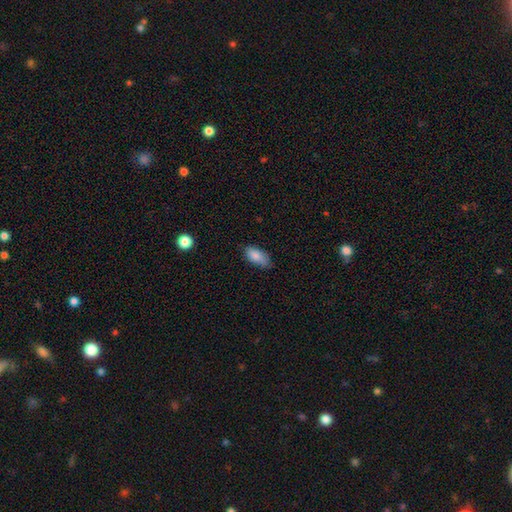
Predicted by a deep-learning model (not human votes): A smooth galaxy with no disk features (85%) that is in between round and cigar-shaped (90%).

Vote fractions:
- Smooth or featured? smooth: 85% / featured or disk: 8% / star or artifact: 7%
- How rounded? in between: 90% / cigar-shaped: 7% / round: 3%
- Merging? none: 64% / minor disturbance: 29% / major disturbance: 5% / merger: 2%